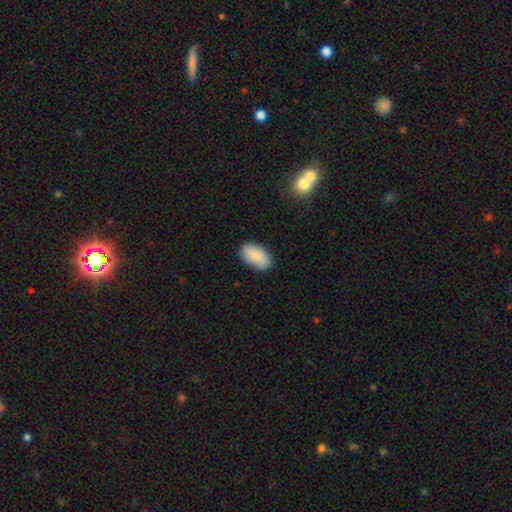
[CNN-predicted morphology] type=smooth (87%); roundness=in between (94%); merging=none (83%).